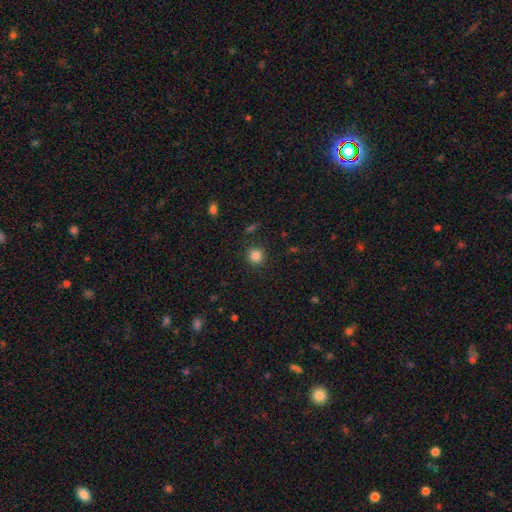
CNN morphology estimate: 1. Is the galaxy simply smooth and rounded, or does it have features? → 84% smooth, 12% star or artifact, 5% featured or disk.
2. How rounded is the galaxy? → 92% round, 7% in between, 1% cigar-shaped.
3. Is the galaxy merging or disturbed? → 90% none, 6% minor disturbance, 2% major disturbance, 2% merger.